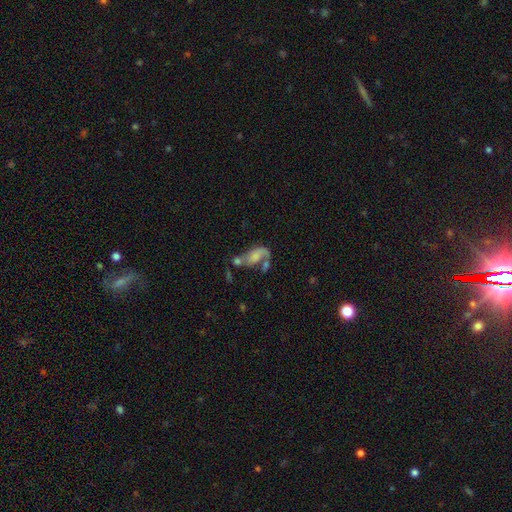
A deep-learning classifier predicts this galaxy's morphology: featured or disk 48%, smooth 41%, star or artifact 11%. Down the decision tree: merging — merger (38%).